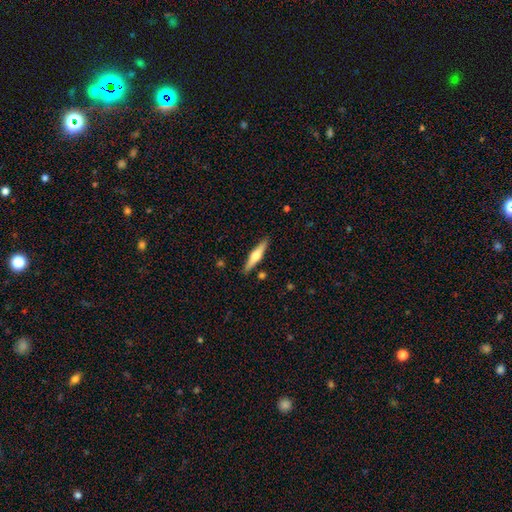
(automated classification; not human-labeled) This appears to be a featured or disk galaxy (58%) viewed edge-on (96%) with a rounded central bulge (92%). Merging: none (89%).